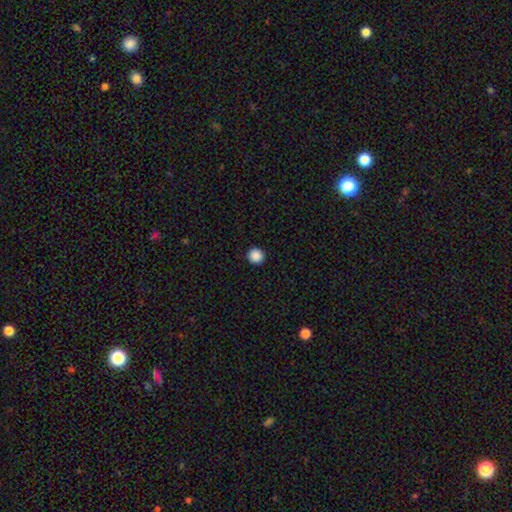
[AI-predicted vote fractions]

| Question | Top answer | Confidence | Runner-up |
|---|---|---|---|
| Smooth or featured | smooth | 88% | star or artifact (9%) |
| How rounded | round | 95% | in between (4%) |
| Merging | none | 94% | minor disturbance (4%) |